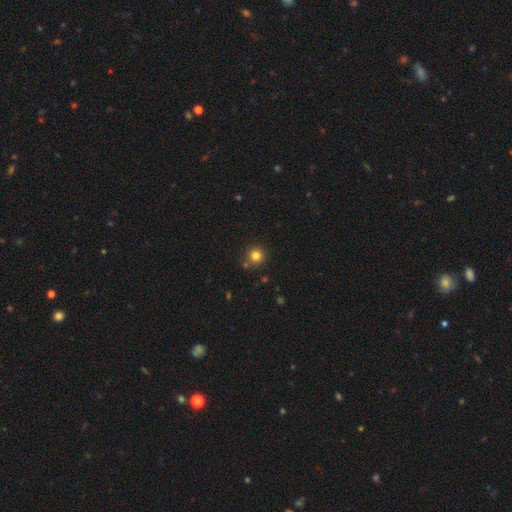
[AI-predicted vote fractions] This appears to be a smooth galaxy with no disk features (82%) that is round (94%). Merging: none (82%).